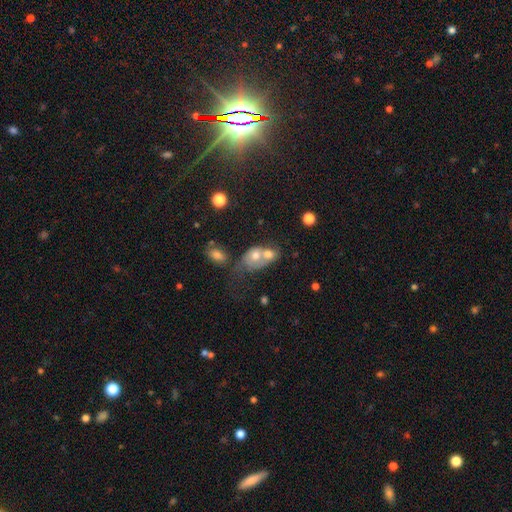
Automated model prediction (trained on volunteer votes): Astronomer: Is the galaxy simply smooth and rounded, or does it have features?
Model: smooth — 62%.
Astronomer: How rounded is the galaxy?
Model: in between — 57% (runner-up: round, 41%).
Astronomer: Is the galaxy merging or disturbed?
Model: merger — 71%.